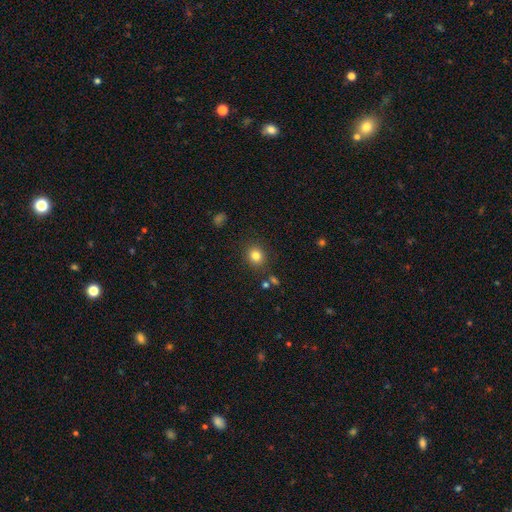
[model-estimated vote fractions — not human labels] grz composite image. It shows a smooth galaxy with no disk features (81%) that is round (76%). Merging: none (86%).